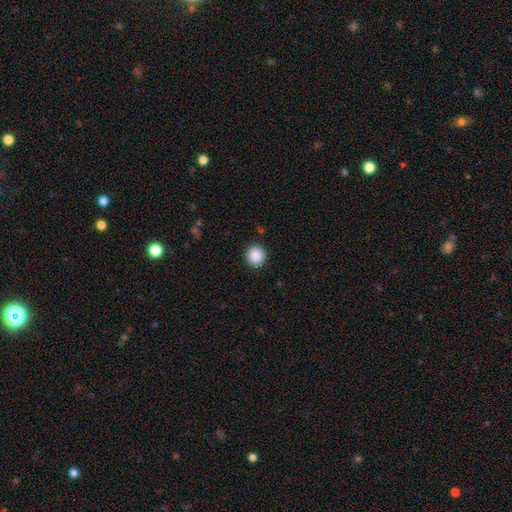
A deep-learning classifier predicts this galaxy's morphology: smooth_or_featured: smooth (p=0.89) [alt: star or artifact p=0.09]
how_rounded: round (p=0.93) [alt: in between p=0.06]
merging: none (p=0.92) [alt: minor disturbance p=0.06]